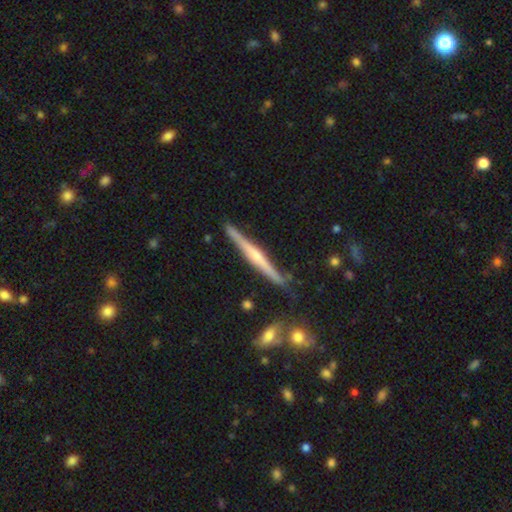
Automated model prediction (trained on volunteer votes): A featured or disk galaxy (71%) viewed edge-on (98%) with a rounded central bulge (66%).

Vote fractions:
- Smooth or featured? featured or disk: 71% / smooth: 23% / star or artifact: 6%
- Edge-on disk? yes: 98% / no: 2%
- Edge-on bulge? rounded: 66% / none: 24% / boxy: 10%
- Merging? none: 87% / minor disturbance: 9% / merger: 2% / major disturbance: 2%